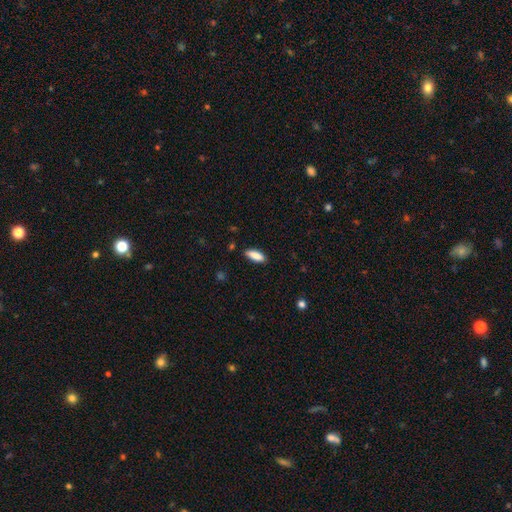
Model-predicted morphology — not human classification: Smooth or featured?
  - smooth: 87% *
  - featured or disk: 7%
  - star or artifact: 6%
How rounded?
  - in between: 67% *
  - cigar-shaped: 31%
  - round: 2%
Merging?
  - none: 85% *
  - minor disturbance: 11%
  - major disturbance: 2%
  - merger: 1%